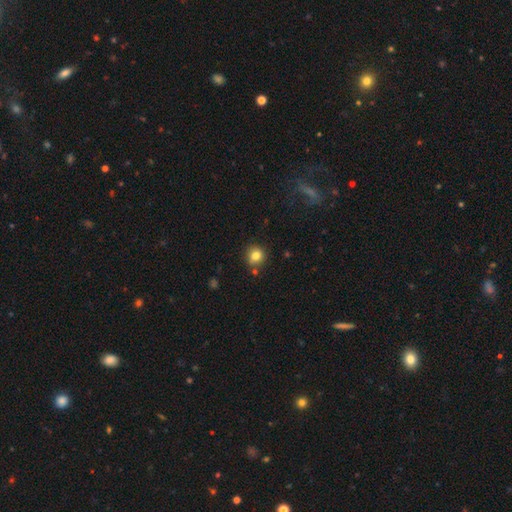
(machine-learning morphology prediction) Overall: smooth (81%). How rounded: round (89%). Merging: none (81%).